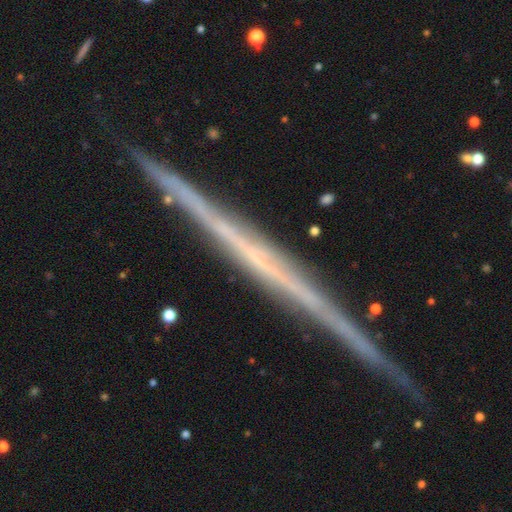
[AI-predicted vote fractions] This appears to be a featured or disk galaxy (79%) viewed edge-on (98%) with no central bulge (80%). Merging: none (90%).